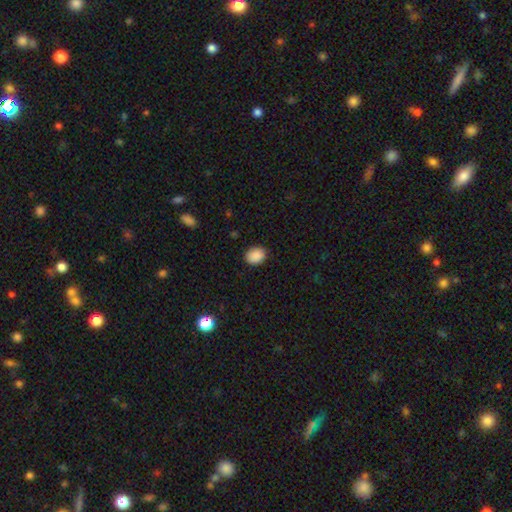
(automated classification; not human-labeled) Smooth or featured: smooth — 89% (star or artifact — 8%)
How rounded: in between — 53% (round — 47%)
Merging: none — 87% (minor disturbance — 10%)